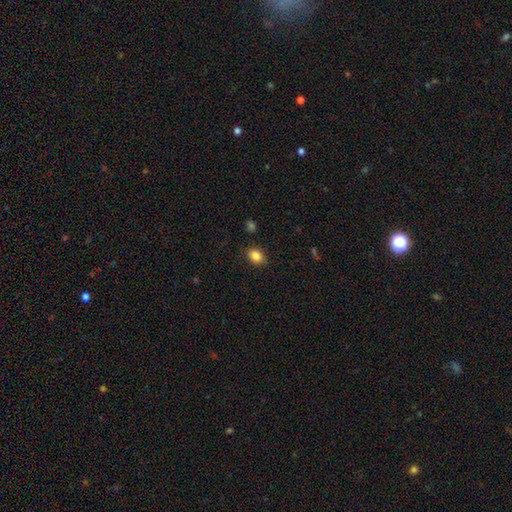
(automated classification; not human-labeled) This is clearly a smooth galaxy (86%). How rounded: likely in between (67%). Merging: clearly none (82%).